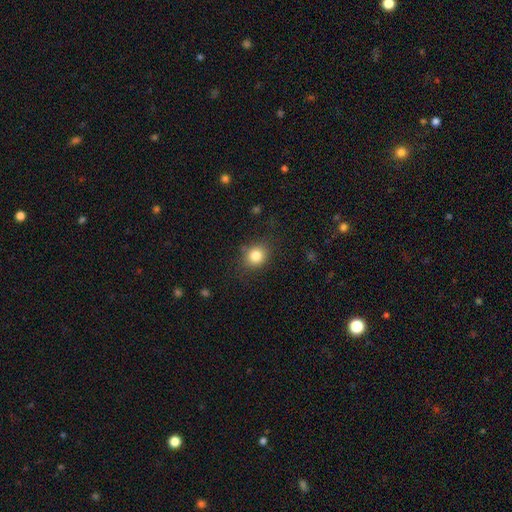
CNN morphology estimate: The model was most divided on "how rounded": round: 73%, in between: 26%, cigar-shaped: 1%. More confident: smooth or featured — smooth (82%); merging — none (82%).